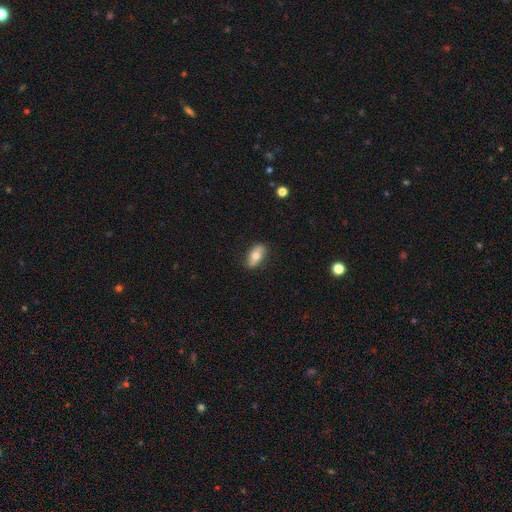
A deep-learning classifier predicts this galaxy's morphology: smooth_or_featured: smooth (p=0.65) [alt: featured or disk p=0.29]
how_rounded: in between (p=0.84) [alt: cigar-shaped p=0.11]
merging: none (p=0.83) [alt: minor disturbance p=0.13]